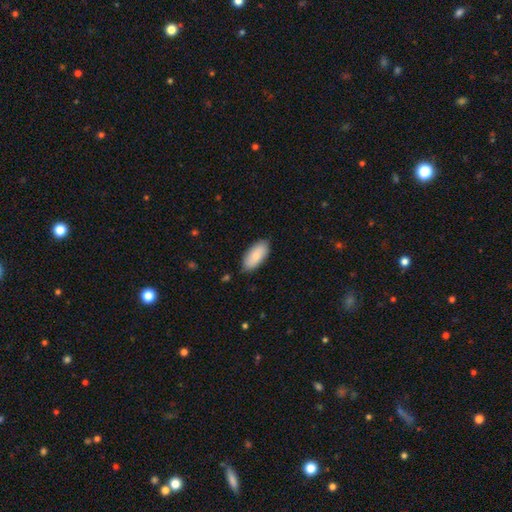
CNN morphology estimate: Smooth or featured? smooth (85%)
How rounded? in between (92%)
Merging? none (83%)